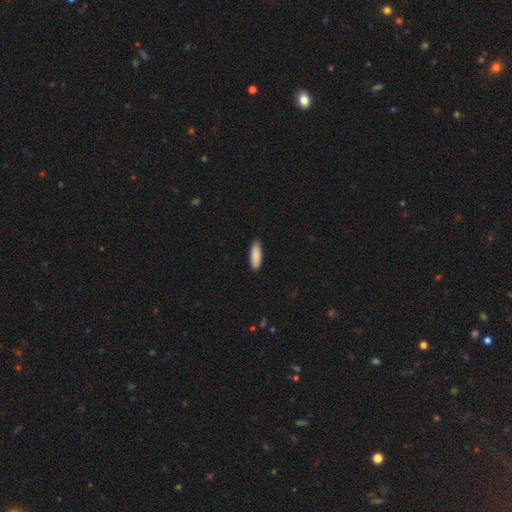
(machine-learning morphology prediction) This appears to be a smooth galaxy with no disk features (88%) that is cigar-shaped (51%). Merging: none (90%).